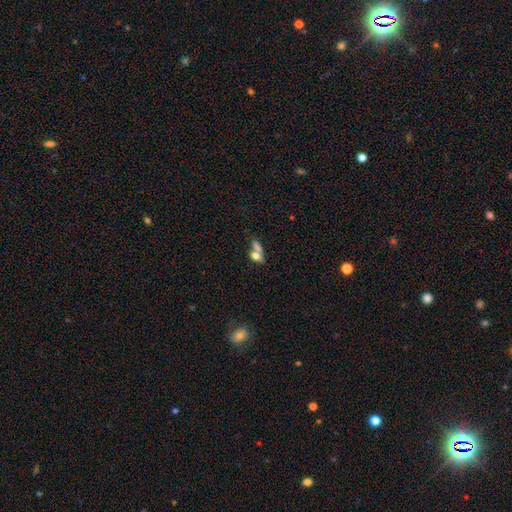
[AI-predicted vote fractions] This is likely a smooth galaxy (68%). How rounded: likely in between (67%). Merging: possibly merger (51%).